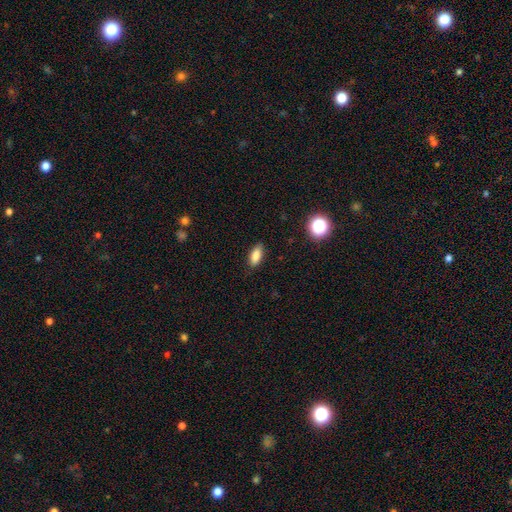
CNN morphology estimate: The model was most divided on "how rounded": in between: 82%, cigar-shaped: 14%, round: 3%. More confident: merging — none (86%); smooth or featured — smooth (84%).